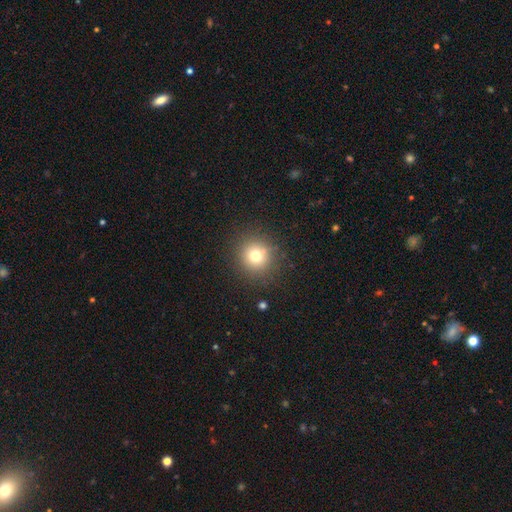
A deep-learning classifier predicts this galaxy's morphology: Smooth or featured?
  - smooth: 75% *
  - star or artifact: 15%
  - featured or disk: 10%
How rounded?
  - round: 93% *
  - in between: 6%
  - cigar-shaped: 1%
Merging?
  - none: 89% *
  - minor disturbance: 7%
  - major disturbance: 3%
  - merger: 1%